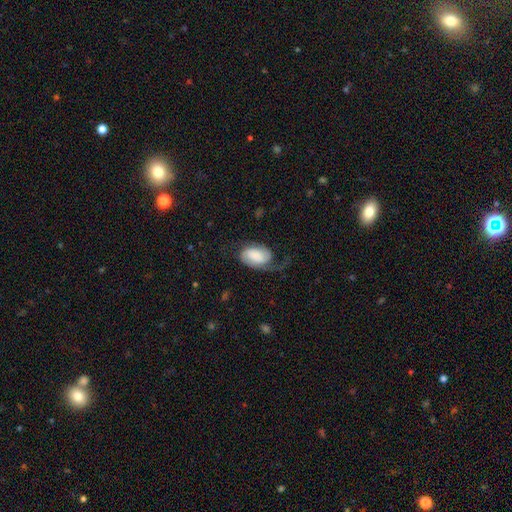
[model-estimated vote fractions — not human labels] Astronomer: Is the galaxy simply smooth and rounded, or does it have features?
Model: featured or disk — 57% (runner-up: smooth, 35%).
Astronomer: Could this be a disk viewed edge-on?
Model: no — 97%.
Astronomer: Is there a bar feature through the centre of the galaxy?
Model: no — 54% (runner-up: weak, 34%).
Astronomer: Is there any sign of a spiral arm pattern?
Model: yes — 91%.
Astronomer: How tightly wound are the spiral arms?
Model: medium — 37% (runner-up: loose, 36%).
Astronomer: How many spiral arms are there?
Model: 2 — 65%.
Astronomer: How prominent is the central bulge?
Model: large — 27% (runner-up: none, 24%).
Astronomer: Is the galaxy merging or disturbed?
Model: none — 39% (runner-up: major disturbance, 34%).